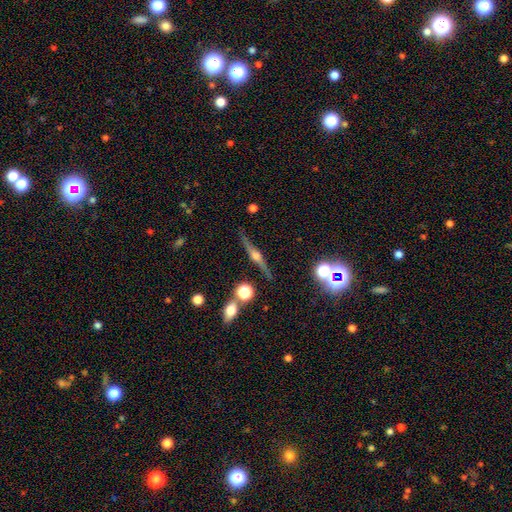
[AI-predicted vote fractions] Q: Smooth or featured?
A: featured or disk (80%); runner-up: smooth (11%)
Q: Edge-on disk?
A: yes (97%); runner-up: no (3%)
Q: Edge-on bulge?
A: rounded (92%); runner-up: boxy (5%)
Q: Merging?
A: none (85%); runner-up: minor disturbance (9%)